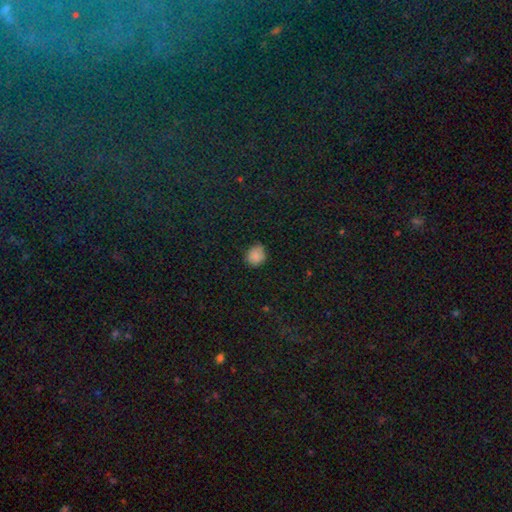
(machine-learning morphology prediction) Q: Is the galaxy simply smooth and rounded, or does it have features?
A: smooth — 82%.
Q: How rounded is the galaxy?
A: round — 65%.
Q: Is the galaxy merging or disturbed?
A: none — 69%.